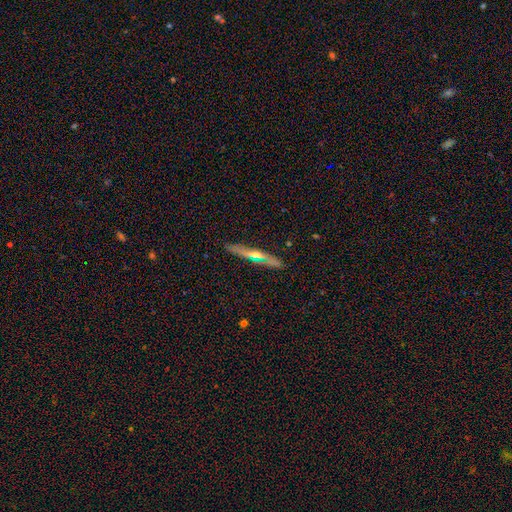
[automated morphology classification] smooth_or_featured: featured or disk (p=0.54) [alt: smooth p=0.37]
disk_edge_on: yes (p=0.86) [alt: no p=0.14]
merging: none (p=0.86) [alt: minor disturbance p=0.10]